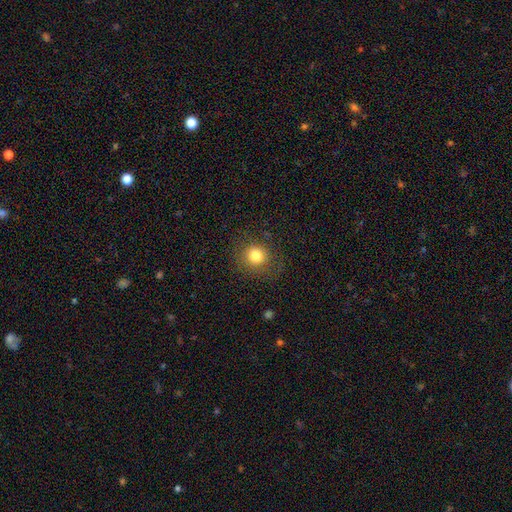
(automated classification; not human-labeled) Smooth or featured? smooth (80%)
How rounded? round (87%)
Merging? none (83%)